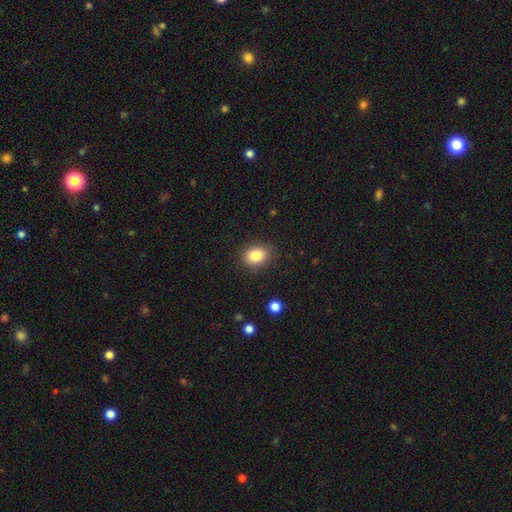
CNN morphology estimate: Smooth or featured? Predicted: smooth (p=0.83). How rounded? Predicted: in between (p=0.51). Merging? Predicted: none (p=0.87).